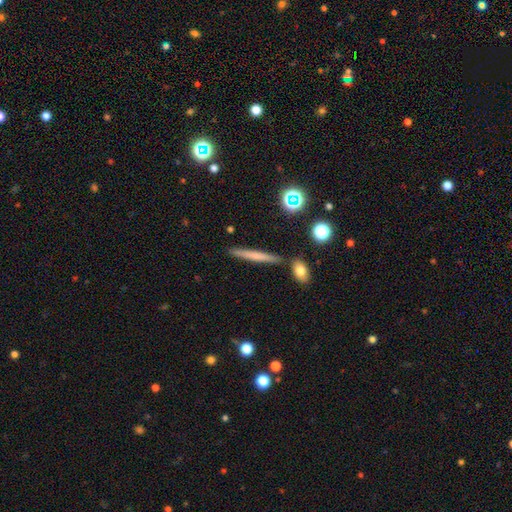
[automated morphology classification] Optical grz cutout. It shows a smooth galaxy with no disk features (57%) that is cigar-shaped (93%). Merging: none (87%).